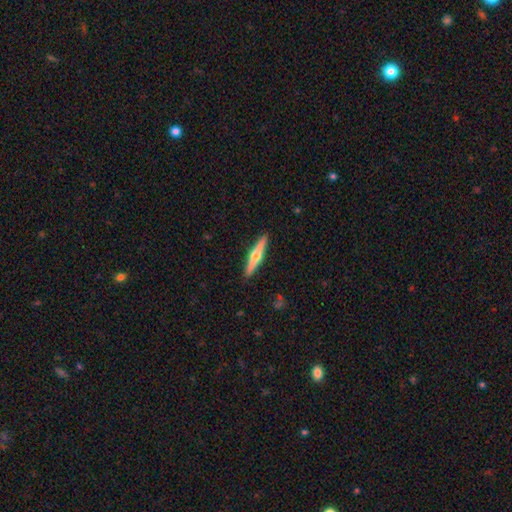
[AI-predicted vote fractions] This is likely a featured or disk galaxy (61%). It is clearly viewed edge-on (98%). Edge-on bulge: clearly rounded (91%). Merging: clearly none (91%).